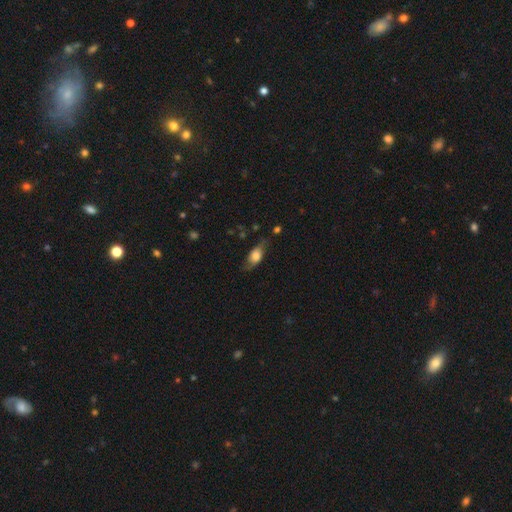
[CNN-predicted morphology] Smooth or featured?
  - smooth: 68% *
  - featured or disk: 24%
  - star or artifact: 8%
How rounded?
  - in between: 79% *
  - cigar-shaped: 11%
  - round: 10%
Merging?
  - none: 62% *
  - minor disturbance: 26%
  - major disturbance: 10%
  - merger: 2%